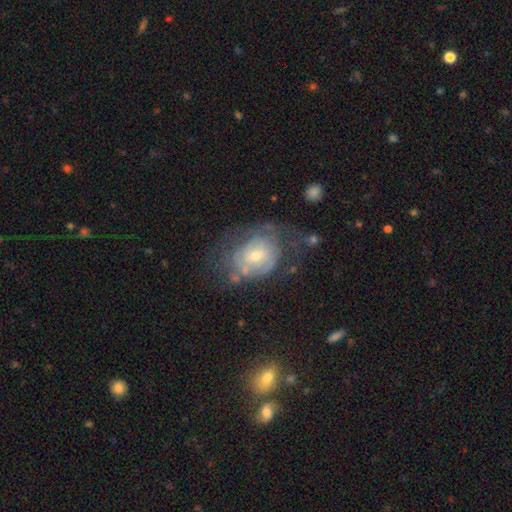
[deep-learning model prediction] Overall: featured or disk (72%). Edge-on disk: no (97%). Bar: no (58%; weak 36%). Spiral arms: yes (78%). Spiral arm count: can't tell (48%; 2 31%). Spiral winding: tight (57%; medium 31%). Bulge size: moderate (48%; small 47%). Merging: none (45%; major disturbance 25%).